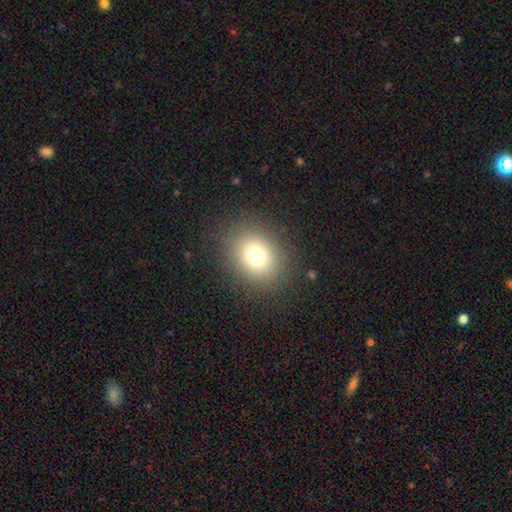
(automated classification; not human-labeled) smooth-or-featured: smooth: 78% | star or artifact: 13% | featured or disk: 10%
  how-rounded: round: 56% | in between: 43% | cigar-shaped: 1%
  merging: none: 87% | minor disturbance: 8% | major disturbance: 4% | merger: 1%